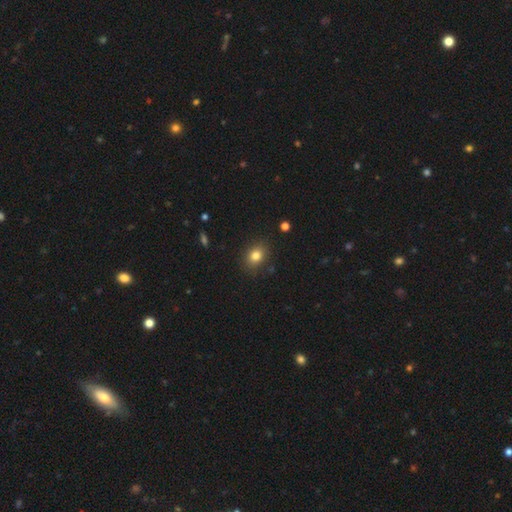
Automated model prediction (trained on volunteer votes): A smooth galaxy with no disk features (81%) that is in between round and cigar-shaped (56%).

Vote fractions:
- Smooth or featured? smooth: 81% / star or artifact: 11% / featured or disk: 8%
- How rounded? in between: 56% / round: 43% / cigar-shaped: 1%
- Merging? none: 86% / minor disturbance: 10% / major disturbance: 3% / merger: 1%